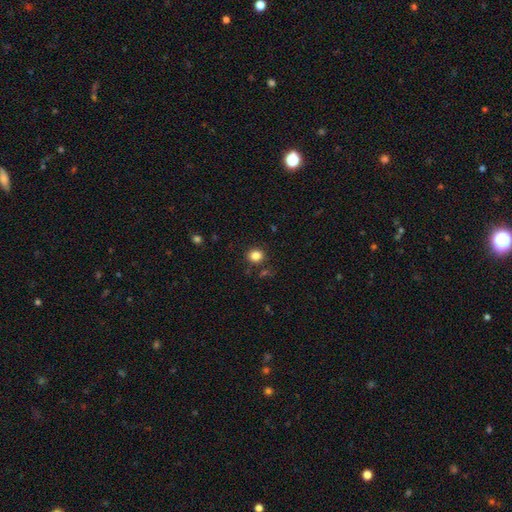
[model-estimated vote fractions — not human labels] Q: Smooth or featured?
A: smooth (84%); runner-up: star or artifact (12%)
Q: How rounded?
A: round (82%); runner-up: in between (17%)
Q: Merging?
A: none (86%); runner-up: minor disturbance (8%)